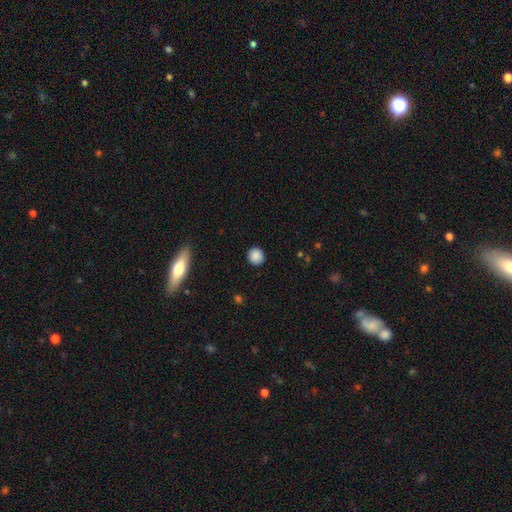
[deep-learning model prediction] The model was most divided on "smooth or featured": smooth: 88%, star or artifact: 9%, featured or disk: 4%. More confident: merging — none (91%); how rounded — round (91%).